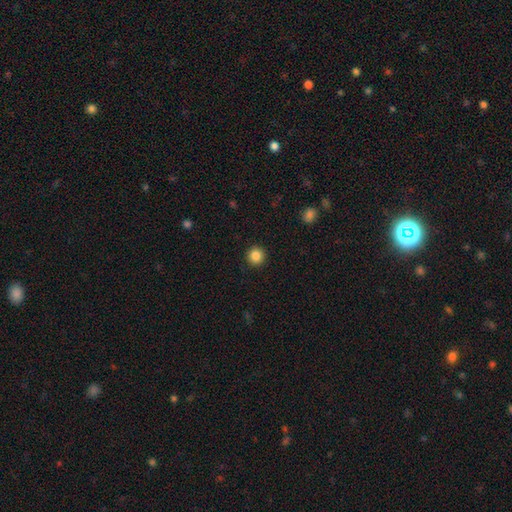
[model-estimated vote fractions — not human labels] smooth_or_featured: smooth (p=0.85) [alt: star or artifact p=0.10]
how_rounded: round (p=0.95) [alt: in between p=0.04]
merging: none (p=0.93) [alt: minor disturbance p=0.05]